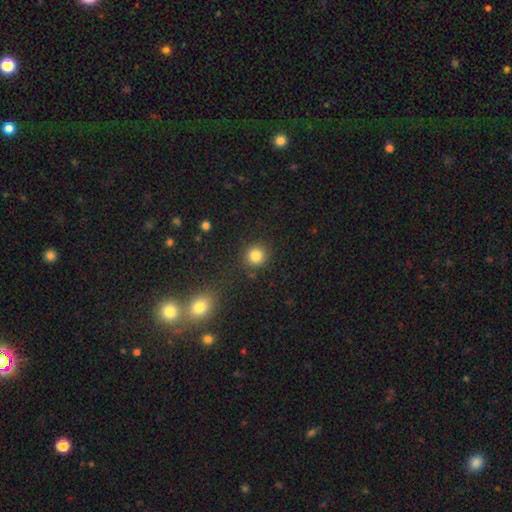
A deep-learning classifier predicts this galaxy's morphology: The model was most divided on "smooth or featured": smooth: 83%, star or artifact: 12%, featured or disk: 5%. More confident: how rounded — round (91%); merging — none (87%).